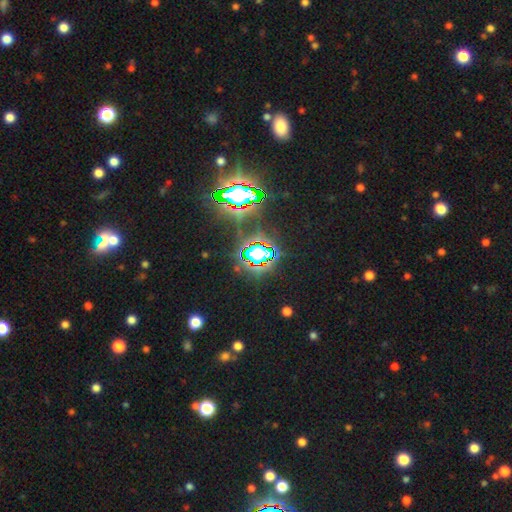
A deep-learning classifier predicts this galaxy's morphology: A star or artifact, not a galaxy (74%).